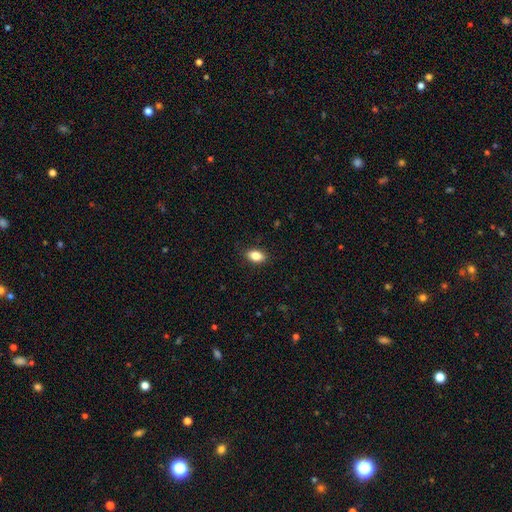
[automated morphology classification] This is clearly a smooth galaxy (84%). How rounded: clearly in between (87%). Merging: clearly none (87%).